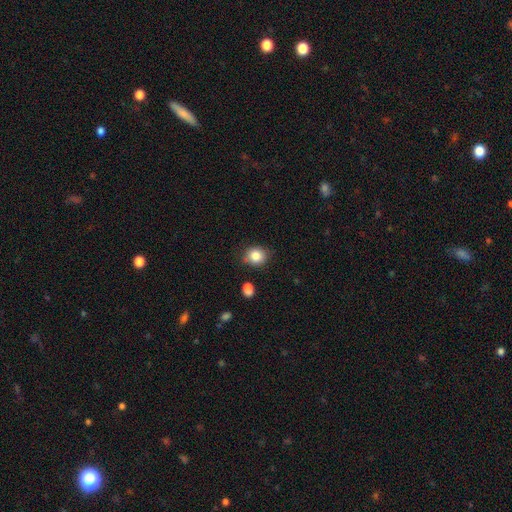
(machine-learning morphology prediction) Smooth or featured? smooth (85%)
How rounded? round (74%)
Merging? none (79%)